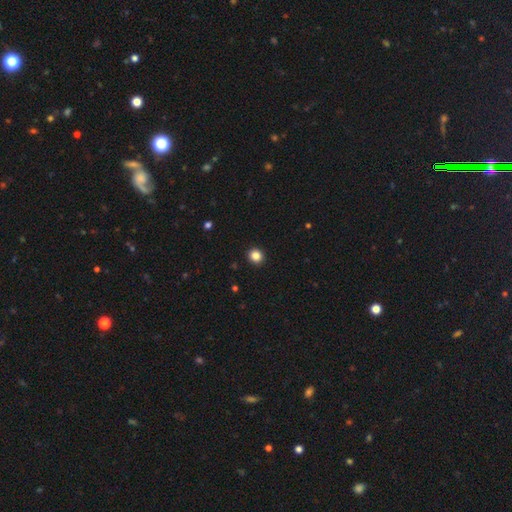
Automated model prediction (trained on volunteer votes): This is clearly a smooth galaxy (85%). How rounded: clearly round (88%). Merging: clearly none (93%).